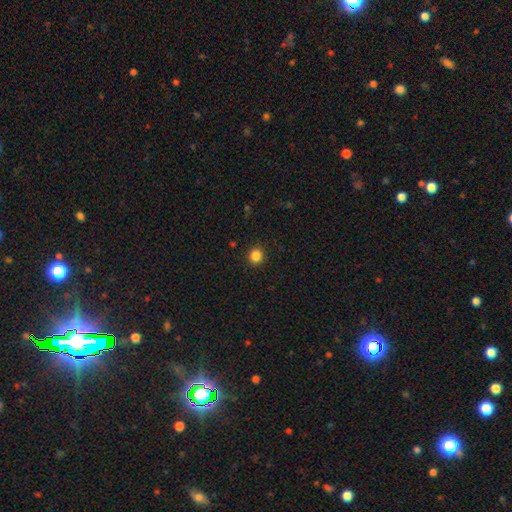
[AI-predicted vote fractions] Q: Smooth or featured?
A: smooth (85%); runner-up: star or artifact (12%)
Q: How rounded?
A: round (89%); runner-up: in between (10%)
Q: Merging?
A: none (92%); runner-up: minor disturbance (5%)